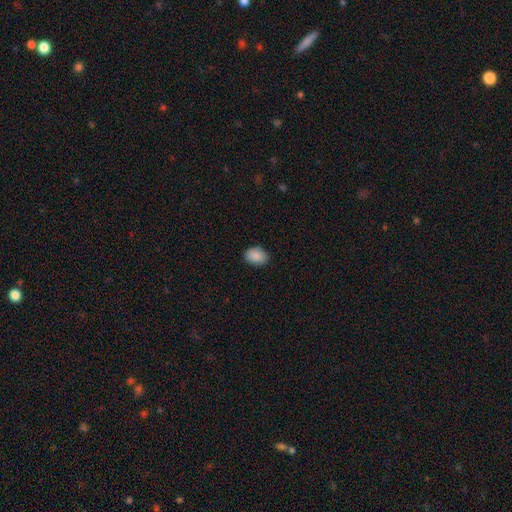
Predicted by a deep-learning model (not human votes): This is clearly a smooth galaxy (89%). How rounded: likely in between (68%). Merging: clearly none (86%).